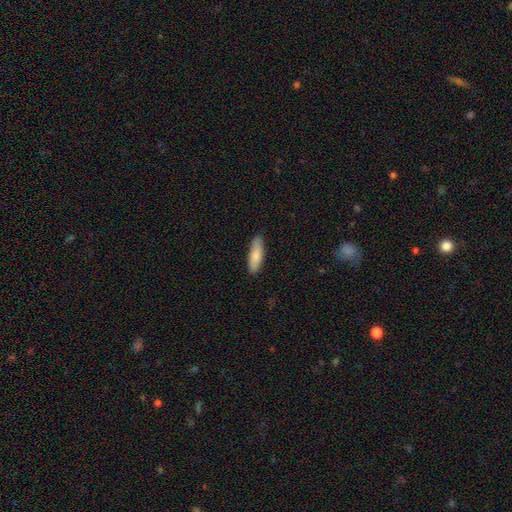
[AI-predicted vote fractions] smooth_or_featured: smooth (p=0.82) [alt: featured or disk p=0.12]
how_rounded: in between (p=0.50) [alt: cigar-shaped p=0.49]
merging: none (p=0.88) [alt: minor disturbance p=0.09]